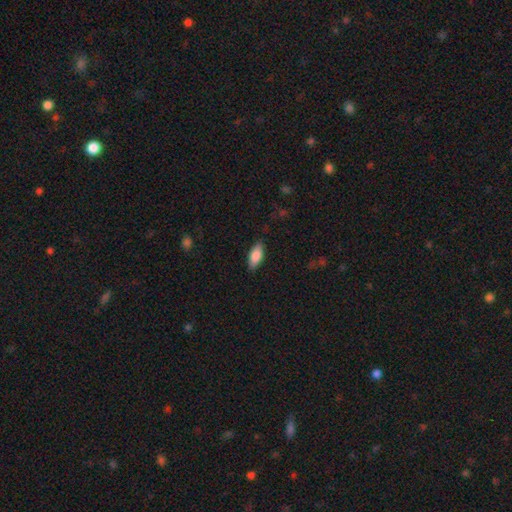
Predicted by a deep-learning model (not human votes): Smooth or featured?
  - smooth: 82% *
  - featured or disk: 12%
  - star or artifact: 6%
How rounded?
  - in between: 81% *
  - cigar-shaped: 17%
  - round: 2%
Merging?
  - none: 86% *
  - minor disturbance: 11%
  - major disturbance: 2%
  - merger: 1%